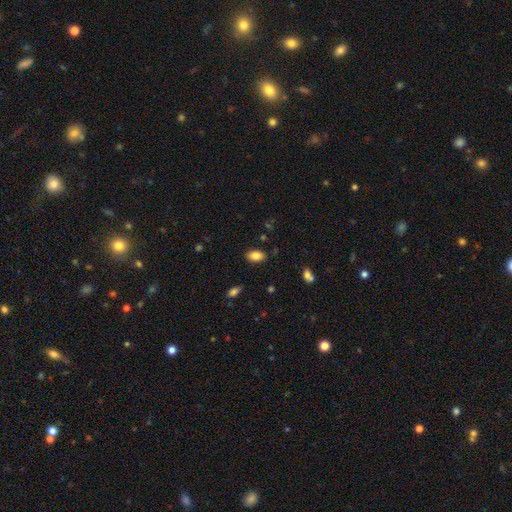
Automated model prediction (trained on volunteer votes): smooth_or_featured: smooth (p=0.83) [alt: featured or disk p=0.09]
how_rounded: in between (p=0.91) [alt: round p=0.07]
merging: none (p=0.85) [alt: minor disturbance p=0.11]